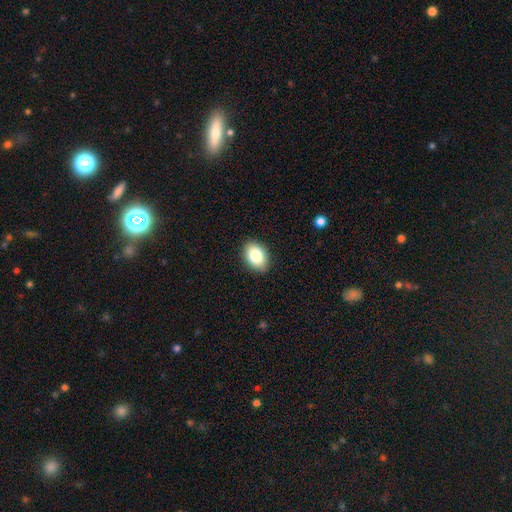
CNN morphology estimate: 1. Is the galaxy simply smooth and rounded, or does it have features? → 85% smooth, 8% star or artifact, 7% featured or disk.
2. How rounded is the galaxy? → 78% in between, 21% round, 1% cigar-shaped.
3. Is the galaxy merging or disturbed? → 88% none, 9% minor disturbance, 2% major disturbance, 1% merger.